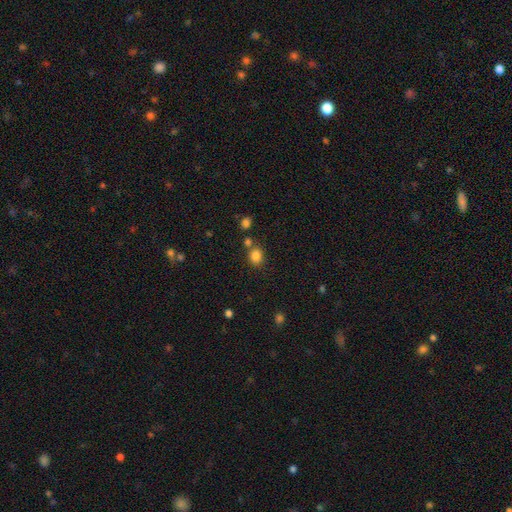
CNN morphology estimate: Overall: smooth (83%). How rounded: round (63%; in between 36%). Merging: none (69%).